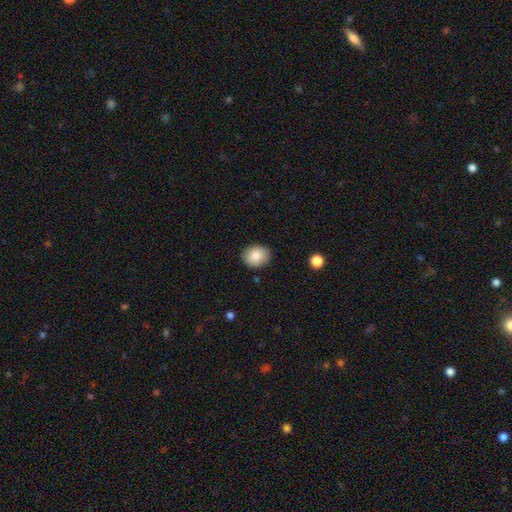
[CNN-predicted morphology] Smooth or featured: smooth — 85% (star or artifact — 8%)
How rounded: round — 53% (in between — 46%)
Merging: none — 87% (minor disturbance — 9%)